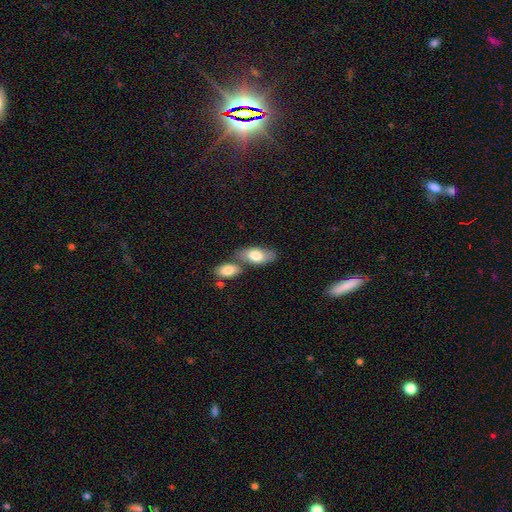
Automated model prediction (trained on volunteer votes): A smooth galaxy with no disk features (73%) that is in between round and cigar-shaped (90%).

Vote fractions:
- Smooth or featured? smooth: 73% / featured or disk: 21% / star or artifact: 6%
- How rounded? in between: 90% / cigar-shaped: 7% / round: 4%
- Merging? none: 53% / merger: 30% / minor disturbance: 13% / major disturbance: 4%